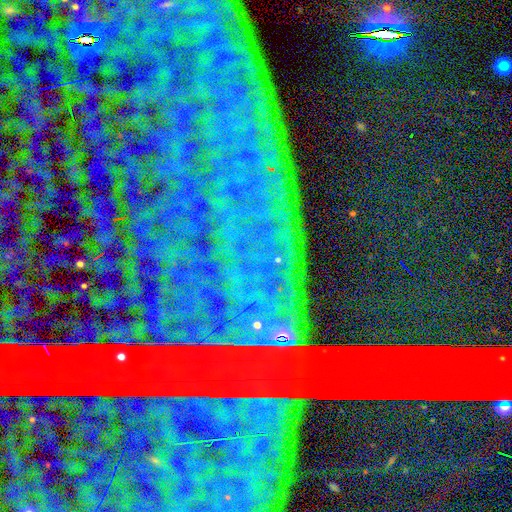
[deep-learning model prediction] Q: Smooth or featured?
A: star or artifact (87%); runner-up: featured or disk (7%)